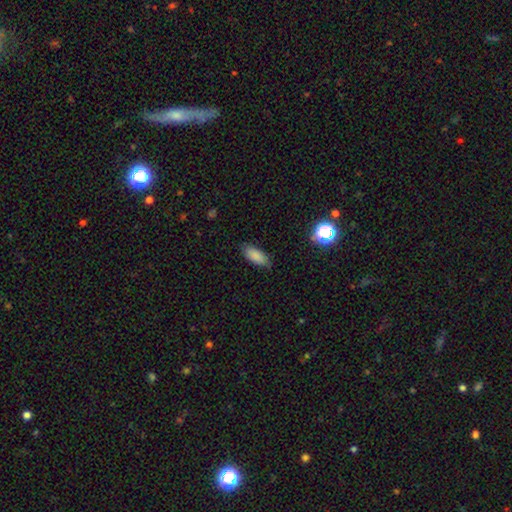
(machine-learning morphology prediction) The model was most divided on "how rounded": in between: 82%, cigar-shaped: 15%, round: 2%. More confident: smooth or featured — smooth (85%); merging — none (82%).